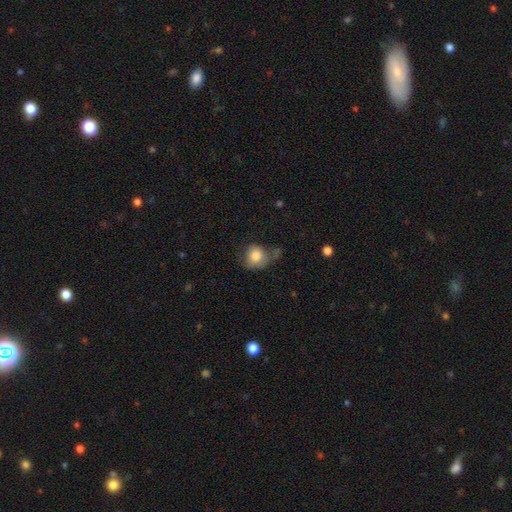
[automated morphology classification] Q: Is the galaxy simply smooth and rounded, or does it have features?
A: smooth — 81%.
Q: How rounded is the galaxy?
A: round — 74%.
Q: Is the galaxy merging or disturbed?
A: none — 40%.